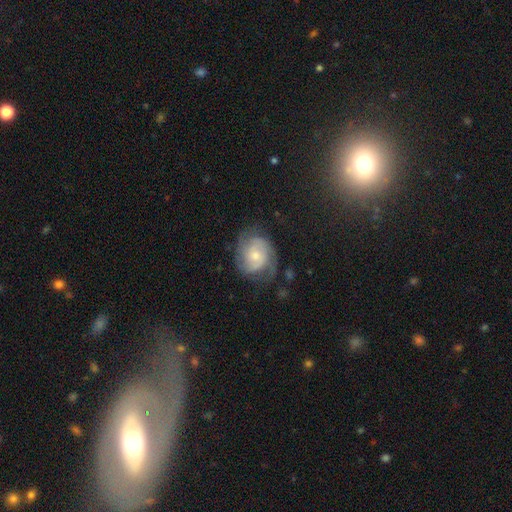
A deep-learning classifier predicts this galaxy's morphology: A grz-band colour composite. It shows a featured or disk galaxy (72%) with no bar (70%), 2 (50%) medium (42%) spiral arms (92%) and a small central bulge (51%). Merging: none (61%).